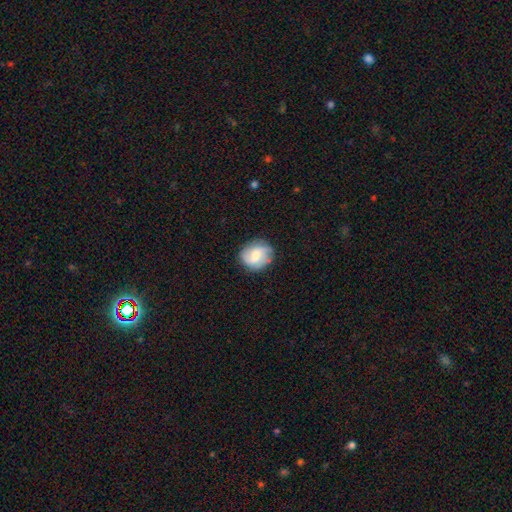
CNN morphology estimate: Smooth or featured: featured or disk — 47% (smooth — 45%)
Merging: none — 76% (minor disturbance — 17%)